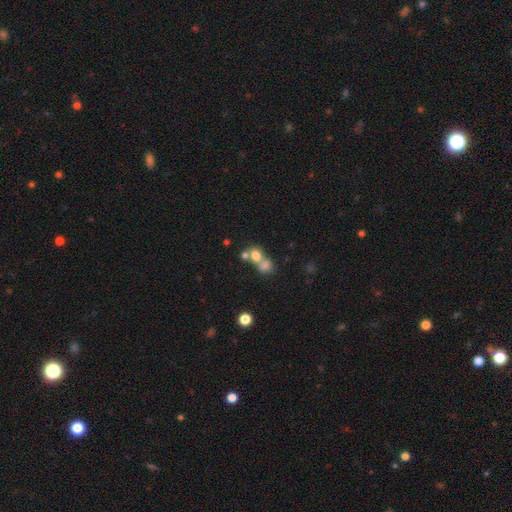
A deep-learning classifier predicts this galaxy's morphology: This appears to be a smooth galaxy with no disk features (72%) that is round (68%). Merging: merger (61%).